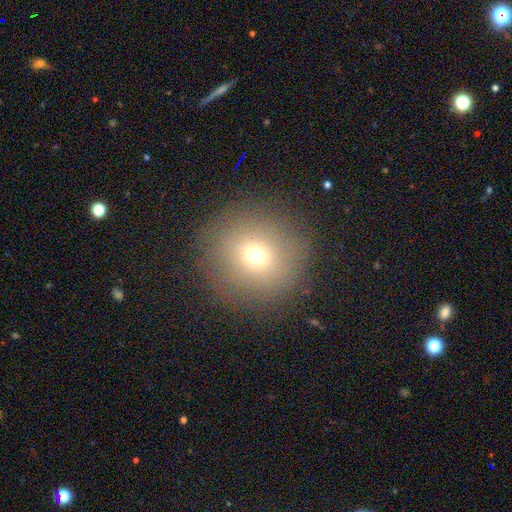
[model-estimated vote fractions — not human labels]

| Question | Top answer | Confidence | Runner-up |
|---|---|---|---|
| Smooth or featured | smooth | 69% | star or artifact (19%) |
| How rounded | round | 94% | in between (5%) |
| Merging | none | 89% | minor disturbance (7%) |